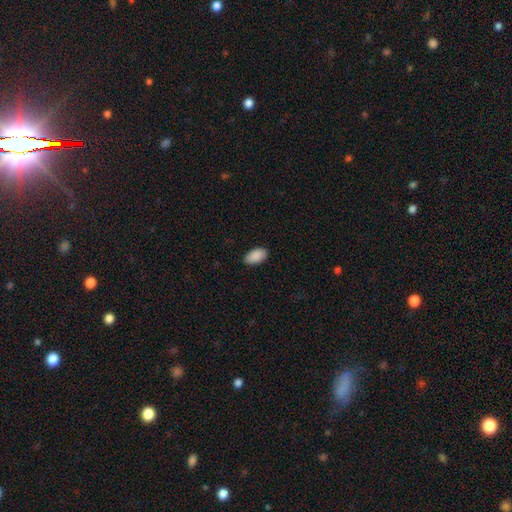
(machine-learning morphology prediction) smooth 90%, star or artifact 6%, featured or disk 3%. Down the decision tree: how rounded — in between (95%); merging — none (86%).